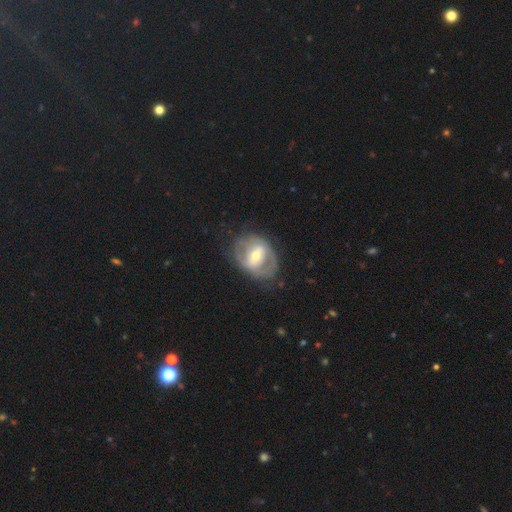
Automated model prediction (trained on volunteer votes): A featured or disk galaxy (73%) with a weak bar (40%), spiral arms (64%) and a moderate central bulge (62%). Merging: none (67%).